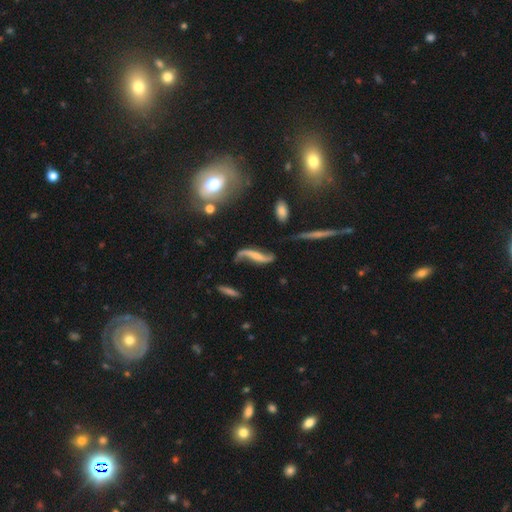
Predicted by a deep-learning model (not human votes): The model was most divided on "bar": no: 44%, weak: 32%, strong: 24%. More confident: spiral winding — loose (93%); spiral arms — yes (92%); spiral arm count — 2 (91%); edge-on disk — no (87%); smooth or featured — featured or disk (81%); merging — none (60%); bulge size — none (50%).